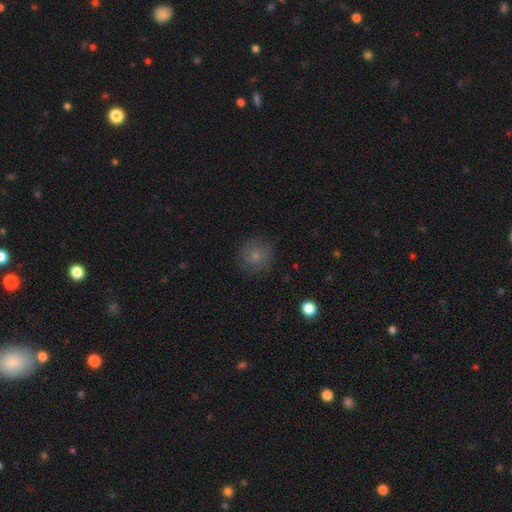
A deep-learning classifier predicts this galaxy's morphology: Smooth or featured?
  - smooth: 72% *
  - featured or disk: 18%
  - star or artifact: 10%
How rounded?
  - round: 92% *
  - in between: 7%
  - cigar-shaped: 1%
Merging?
  - none: 82% *
  - minor disturbance: 13%
  - major disturbance: 4%
  - merger: 1%